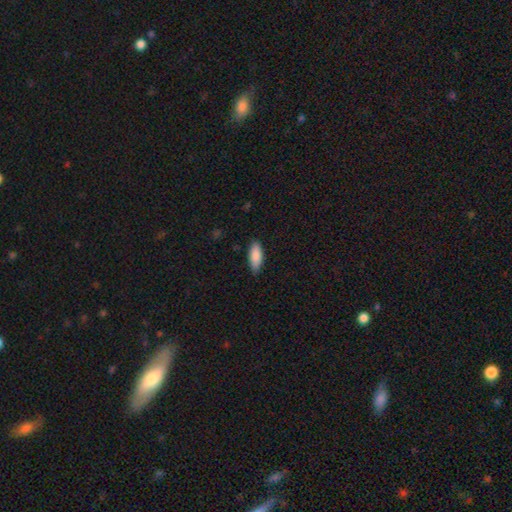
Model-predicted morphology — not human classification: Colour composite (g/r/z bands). It shows a smooth galaxy with no disk features (87%) that is in between round and cigar-shaped (69%). Merging: none (84%).